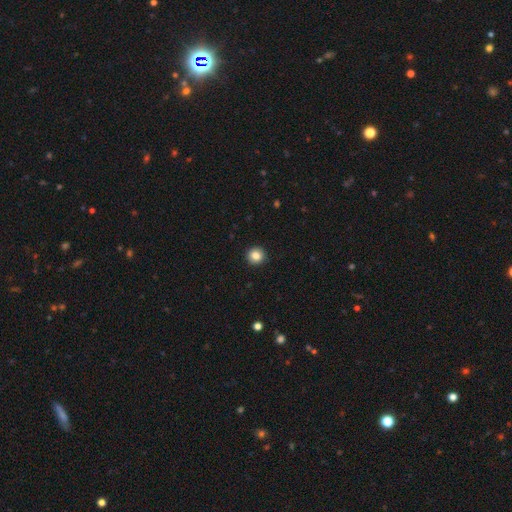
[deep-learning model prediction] Morphology: type=smooth (85%); roundness=round (94%); merging=none (93%).